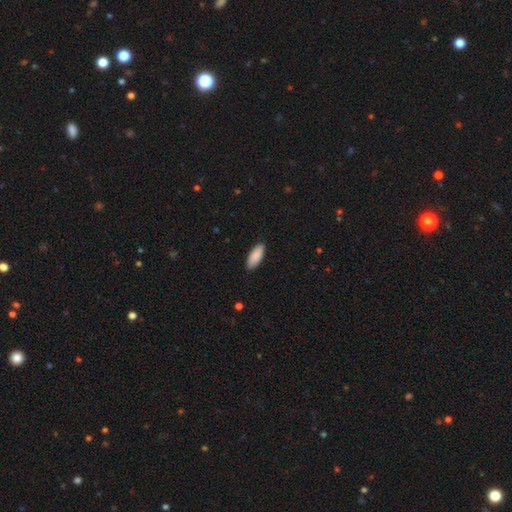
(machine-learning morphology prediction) The model was most divided on "how rounded": in between: 79%, cigar-shaped: 20%, round: 1%. More confident: smooth or featured — smooth (90%); merging — none (89%).